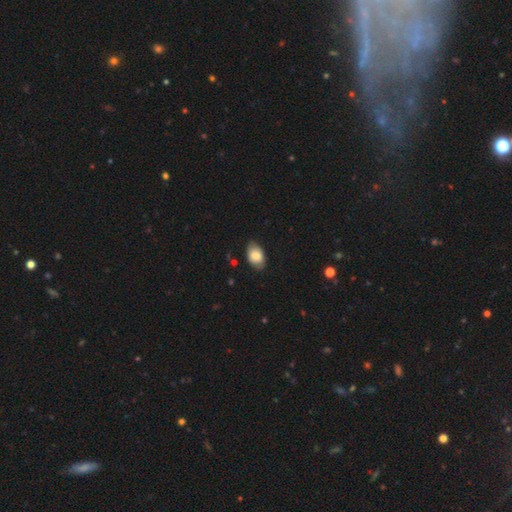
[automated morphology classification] smooth 82%, featured or disk 12%, star or artifact 6%. Down the decision tree: how rounded — in between (88%); merging — none (78%).